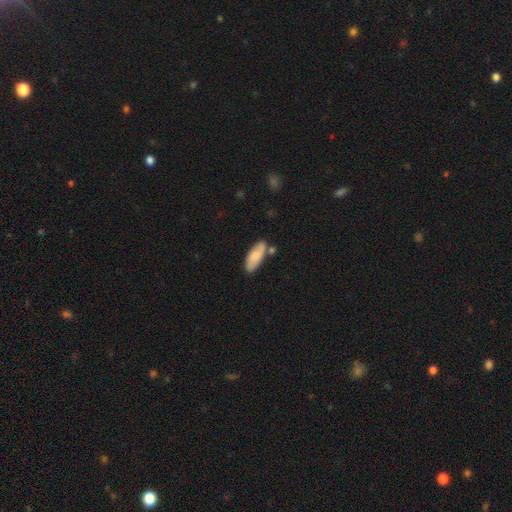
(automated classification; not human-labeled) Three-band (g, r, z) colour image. It shows a smooth galaxy with no disk features (73%) that is in between round and cigar-shaped (76%). Merging: none (65%).